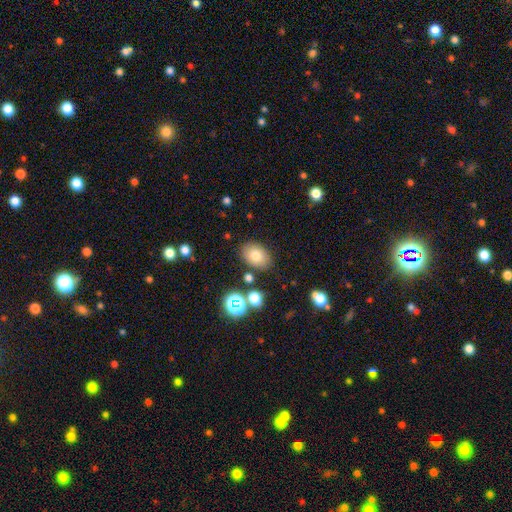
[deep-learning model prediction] Smooth or featured: smooth — 76% (featured or disk — 12%)
How rounded: in between — 79% (round — 20%)
Merging: none — 82% (minor disturbance — 11%)